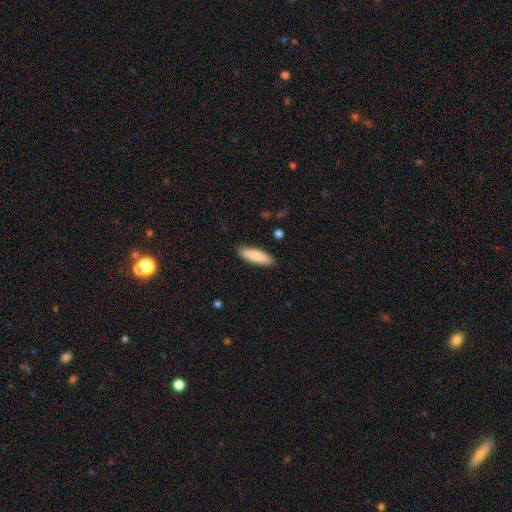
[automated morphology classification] This is clearly a smooth galaxy (81%). How rounded: possibly cigar-shaped (56%). Merging: clearly none (89%).